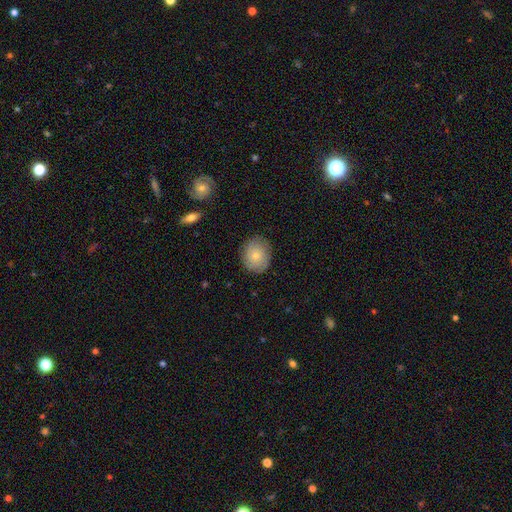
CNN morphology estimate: Smooth or featured?
  - smooth: 69% *
  - featured or disk: 23%
  - star or artifact: 8%
How rounded?
  - round: 72% *
  - in between: 27%
  - cigar-shaped: 1%
Merging?
  - none: 82% *
  - minor disturbance: 14%
  - major disturbance: 4%
  - merger: 1%